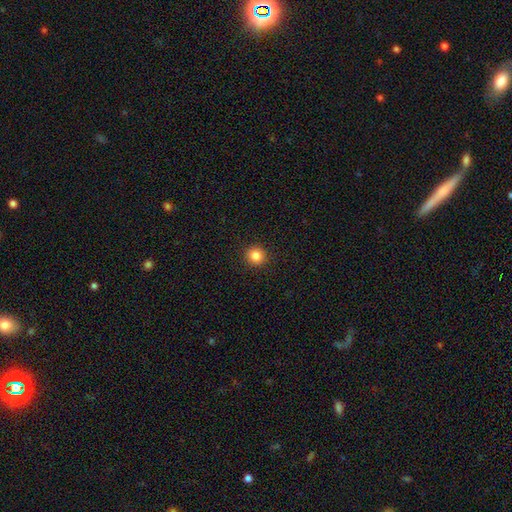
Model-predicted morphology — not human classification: smooth 85%, star or artifact 11%, featured or disk 4%. Down the decision tree: how rounded — round (92%); merging — none (92%).